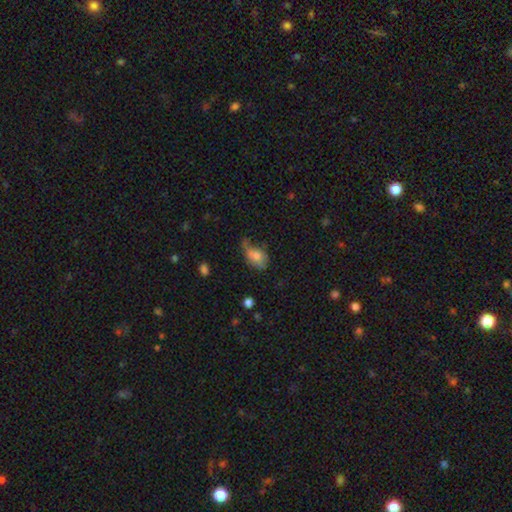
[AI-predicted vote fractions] A smooth galaxy with no disk features (73%) that is in between round and cigar-shaped (86%). Merging: minor disturbance (38%).